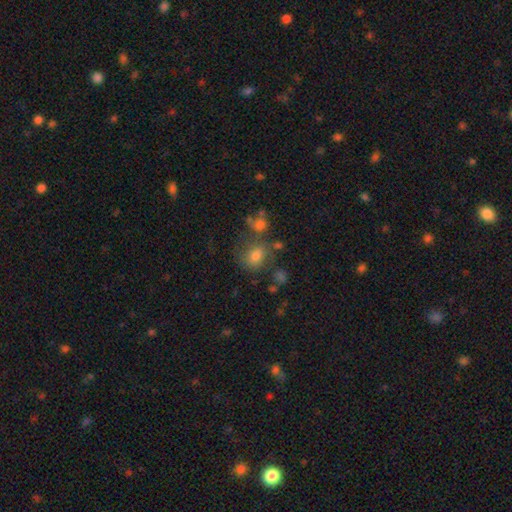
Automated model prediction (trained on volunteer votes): Overall: smooth (70%). How rounded: round (56%; in between 43%). Merging: none (56%; merger 18%).